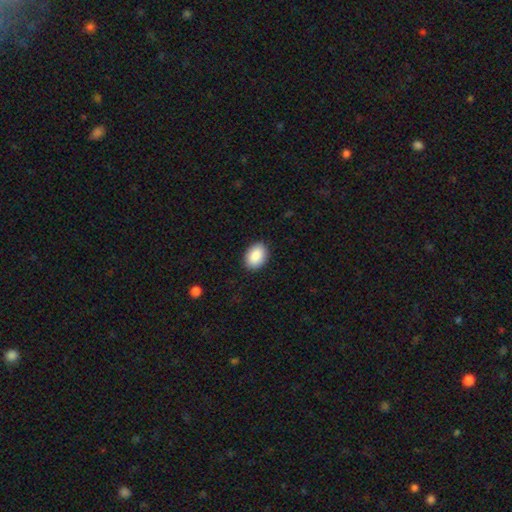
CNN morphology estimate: Smooth or featured? smooth (89%)
How rounded? in between (78%)
Merging? none (89%)